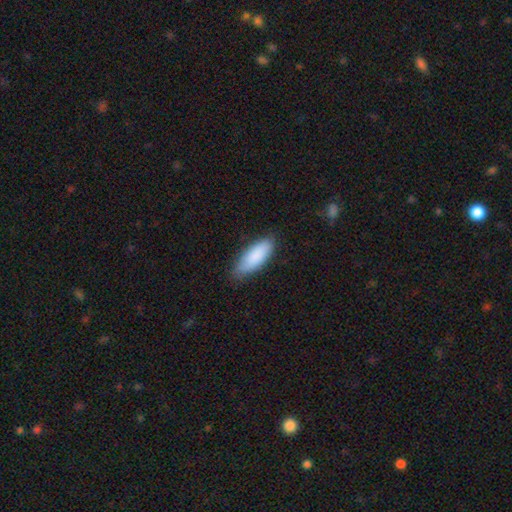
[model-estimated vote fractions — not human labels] smooth_or_featured: smooth (p=0.87) [alt: featured or disk p=0.07]
how_rounded: in between (p=0.72) [alt: cigar-shaped p=0.26]
merging: none (p=0.78) [alt: minor disturbance p=0.18]